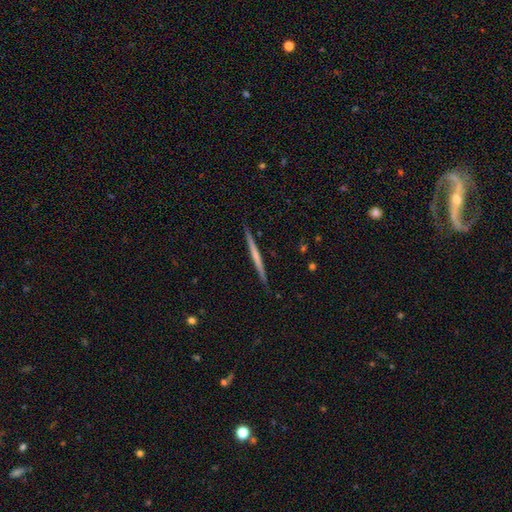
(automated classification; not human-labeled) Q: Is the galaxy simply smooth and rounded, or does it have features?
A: featured or disk — 58%.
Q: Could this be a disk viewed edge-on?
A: yes — 98%.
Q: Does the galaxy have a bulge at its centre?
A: none — 78%.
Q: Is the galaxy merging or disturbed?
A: none — 91%.